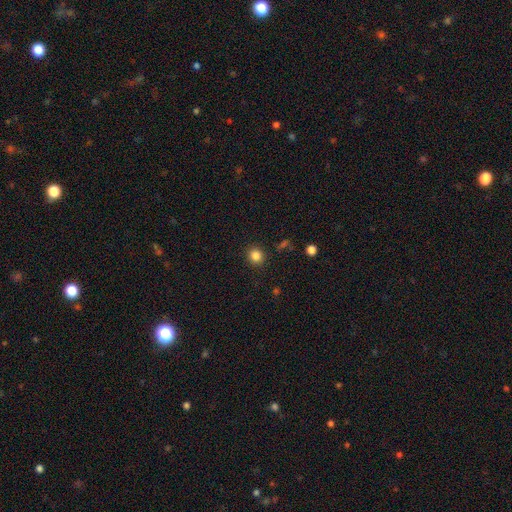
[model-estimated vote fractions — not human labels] Overall: smooth (83%). How rounded: round (88%). Merging: none (90%).